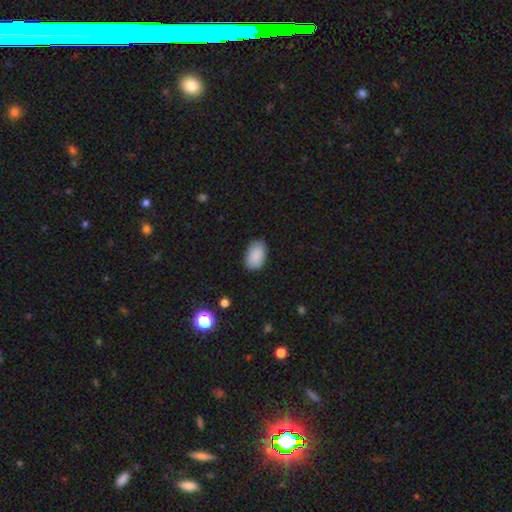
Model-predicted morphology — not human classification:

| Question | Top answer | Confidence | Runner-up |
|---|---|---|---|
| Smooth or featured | smooth | 89% | star or artifact (7%) |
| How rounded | in between | 90% | round (8%) |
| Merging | none | 83% | minor disturbance (13%) |